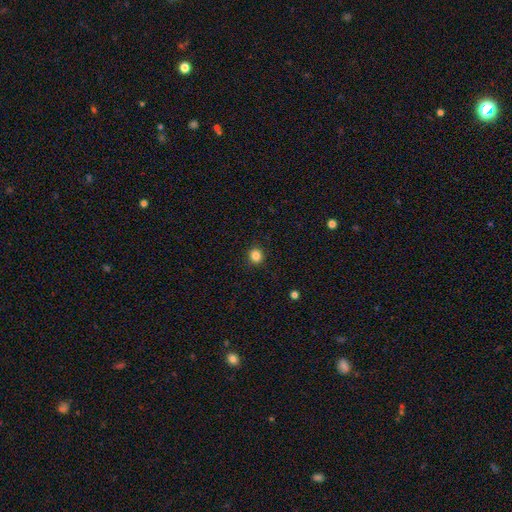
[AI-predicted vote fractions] Smooth or featured? smooth (84%)
How rounded? round (88%)
Merging? none (92%)